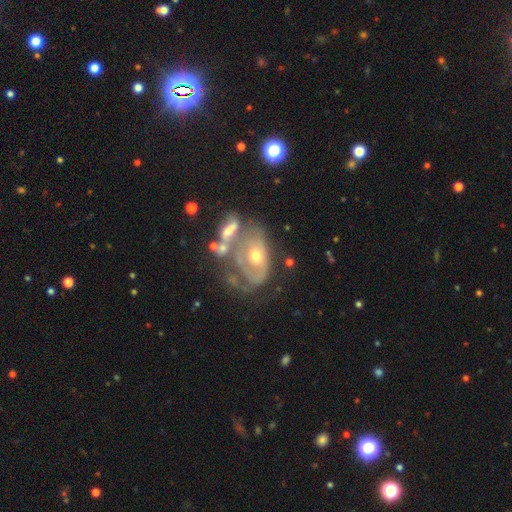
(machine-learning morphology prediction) A featured or disk galaxy (69%) with no bar (77%), spiral arms (52%) and a moderate central bulge (62%). Merging: merger (33%).